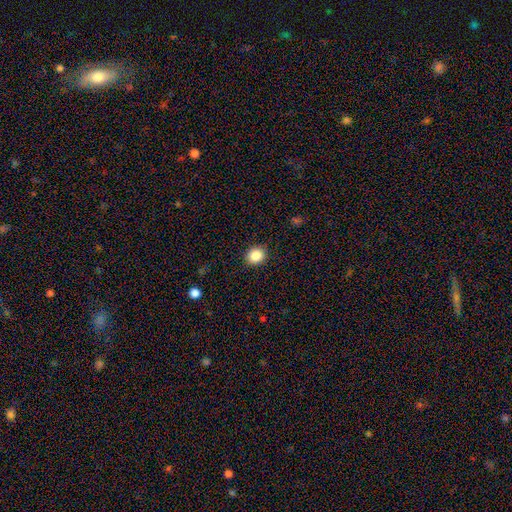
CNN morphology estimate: Smooth or featured?
  - smooth: 87% *
  - star or artifact: 9%
  - featured or disk: 4%
How rounded?
  - round: 76% *
  - in between: 23%
  - cigar-shaped: 1%
Merging?
  - none: 90% *
  - minor disturbance: 7%
  - major disturbance: 2%
  - merger: 1%